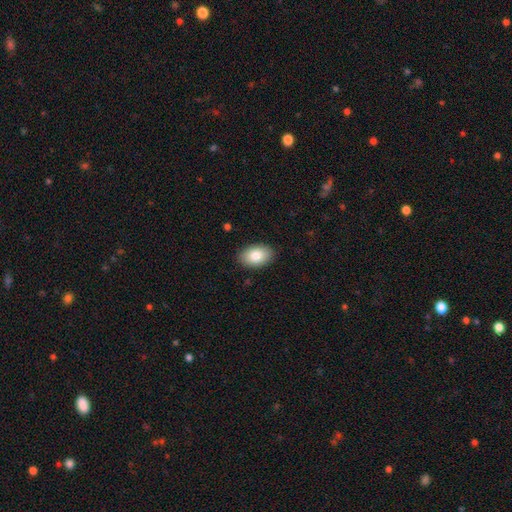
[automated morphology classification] type=smooth (85%); roundness=in between (90%); merging=none (88%).